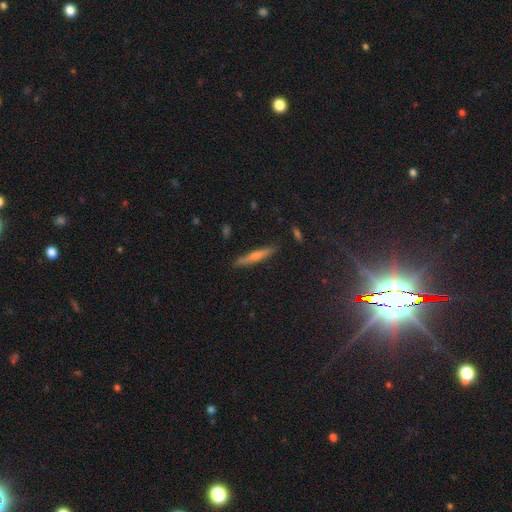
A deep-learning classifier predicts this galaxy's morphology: Smooth or featured? featured or disk (48%)
Merging? none (89%)